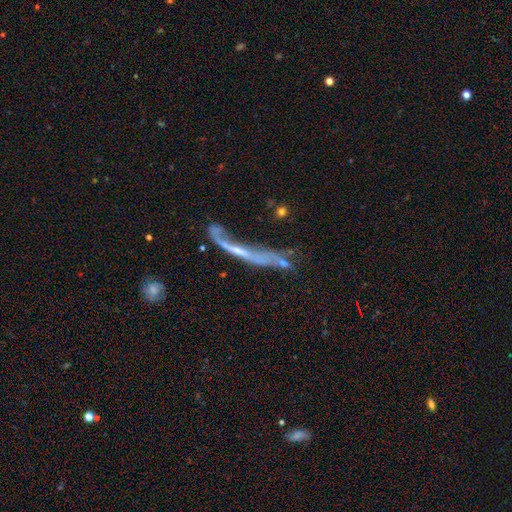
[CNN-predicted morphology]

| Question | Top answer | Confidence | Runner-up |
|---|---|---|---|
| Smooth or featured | featured or disk | 51% | smooth (29%) |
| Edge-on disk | yes | 60% | no (40%) |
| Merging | none | 34% | major disturbance (26%) |